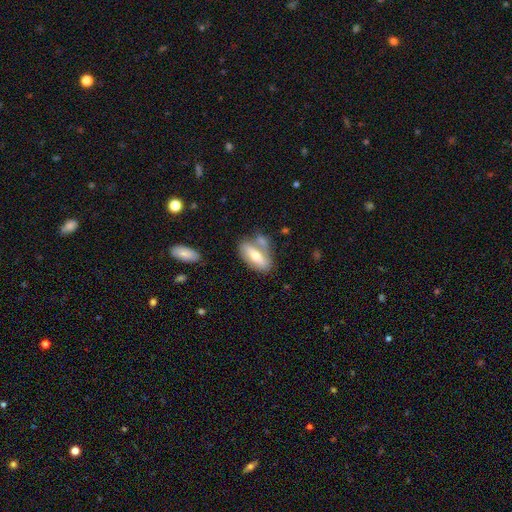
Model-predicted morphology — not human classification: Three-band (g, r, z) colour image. It shows a smooth galaxy with no disk features (56%) that is in between round and cigar-shaped (79%). Merging: none (51%).